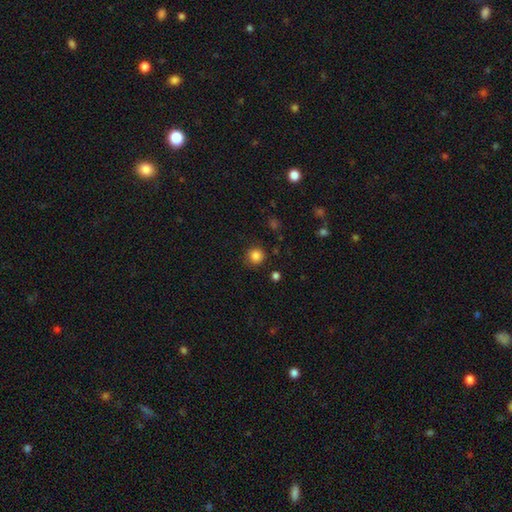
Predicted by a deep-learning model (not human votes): Overall: smooth (84%). How rounded: round (93%). Merging: none (88%).